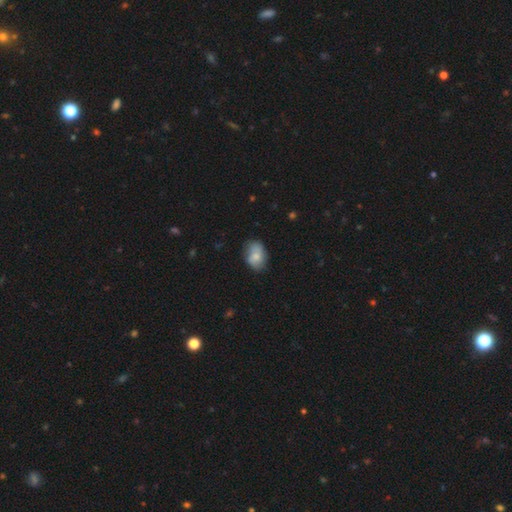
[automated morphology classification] This appears to be a smooth galaxy with no disk features (73%) that is in between round and cigar-shaped (80%). Merging: none (65%).